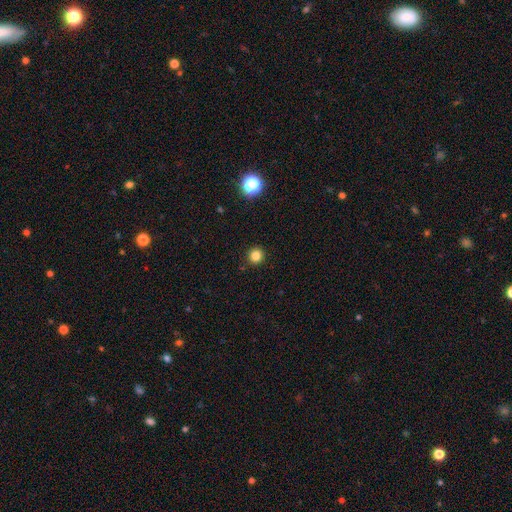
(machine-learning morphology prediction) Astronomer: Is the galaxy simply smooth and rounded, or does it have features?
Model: smooth — 82%.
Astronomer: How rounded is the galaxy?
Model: round — 94%.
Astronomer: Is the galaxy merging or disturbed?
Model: none — 92%.